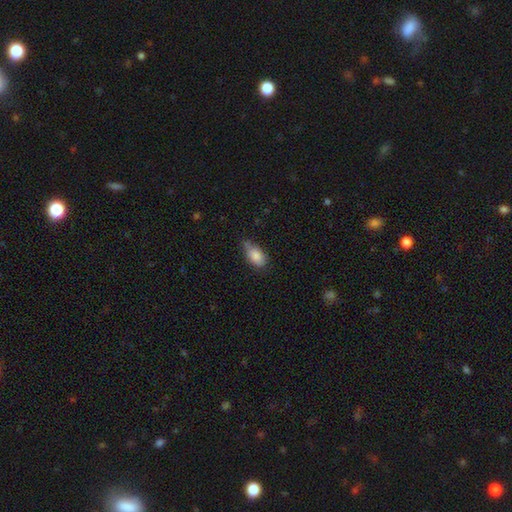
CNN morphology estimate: type=smooth (84%); roundness=in between (90%); merging=none (51%).